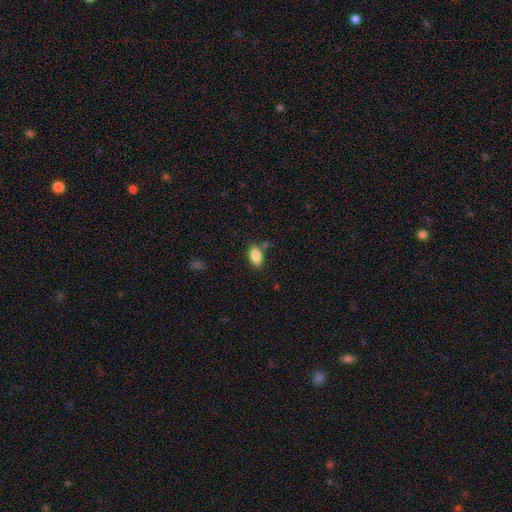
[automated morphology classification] A smooth galaxy with no disk features (87%) that is in between round and cigar-shaped (91%). Merging: none (78%).